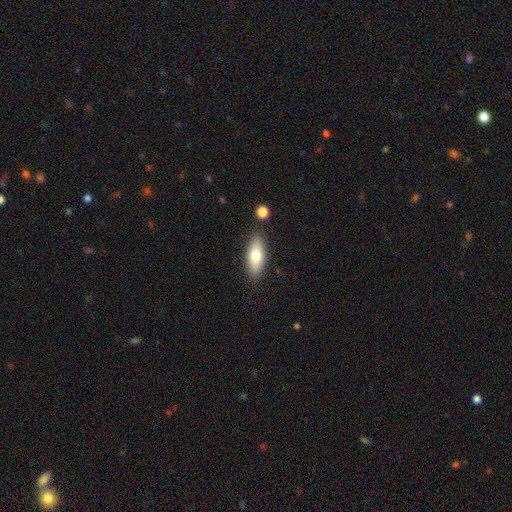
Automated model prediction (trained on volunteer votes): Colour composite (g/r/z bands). It shows a smooth galaxy with no disk features (74%) that is in between round and cigar-shaped (71%). Merging: none (82%).